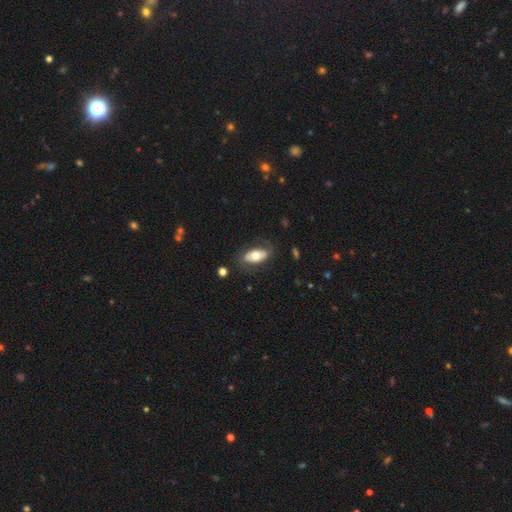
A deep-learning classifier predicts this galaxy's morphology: This is possibly a smooth galaxy (55%). How rounded: clearly in between (91%). Merging: likely none (72%).